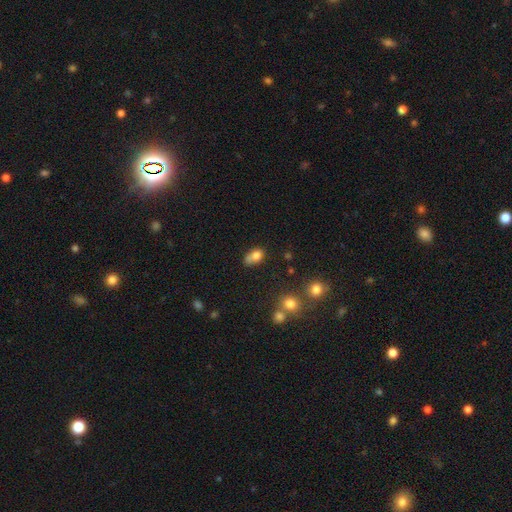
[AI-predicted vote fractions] A smooth galaxy with no disk features (77%) that is in between round and cigar-shaped (78%). Merging: none (40%).